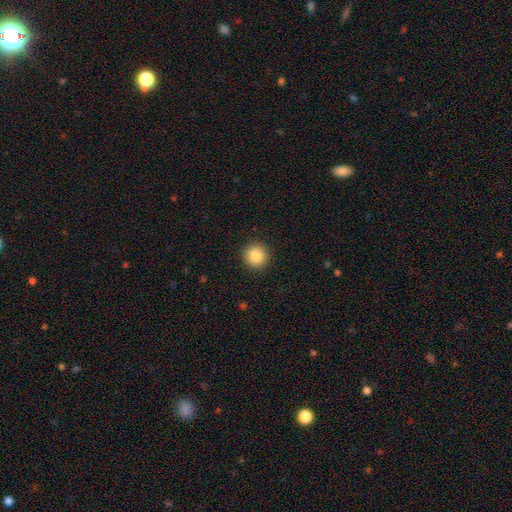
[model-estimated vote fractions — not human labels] The model was most divided on "smooth or featured": smooth: 86%, star or artifact: 9%, featured or disk: 5%. More confident: how rounded — round (95%); merging — none (93%).